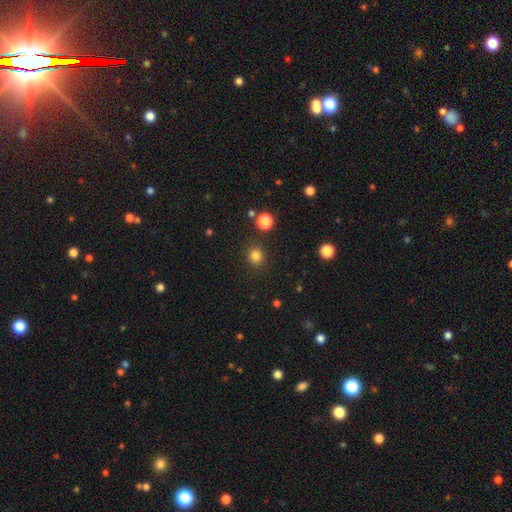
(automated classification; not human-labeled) Morphology: type=smooth (82%); roundness=round (81%); merging=none (88%).